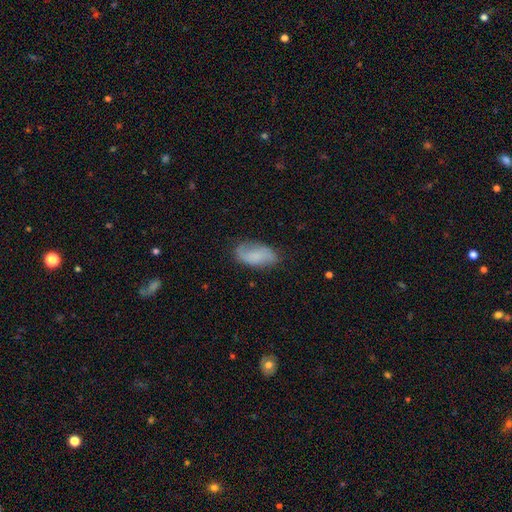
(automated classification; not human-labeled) smooth-or-featured: smooth: 62% | featured or disk: 30% | star or artifact: 8%
  how-rounded: in between: 91% | cigar-shaped: 6% | round: 3%
  merging: none: 71% | minor disturbance: 21% | major disturbance: 6% | merger: 2%